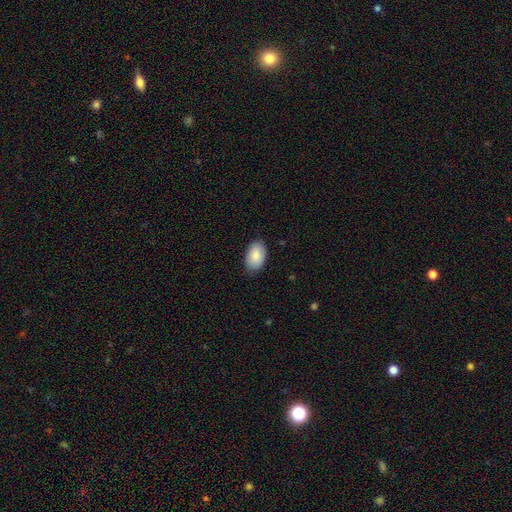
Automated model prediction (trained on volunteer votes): This is clearly a smooth galaxy (87%). How rounded: clearly in between (93%). Merging: clearly none (84%).